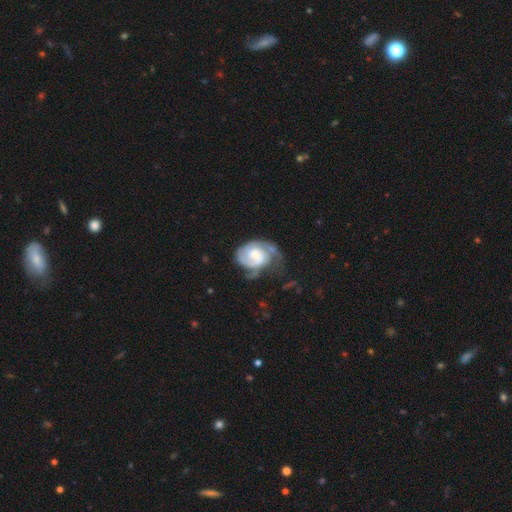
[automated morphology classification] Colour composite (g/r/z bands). It shows a featured or disk galaxy (81%) with no bar (56%), 2 (57%) tight (52%) spiral arms (95%) and a small central bulge (42%). Merging: none (38%).